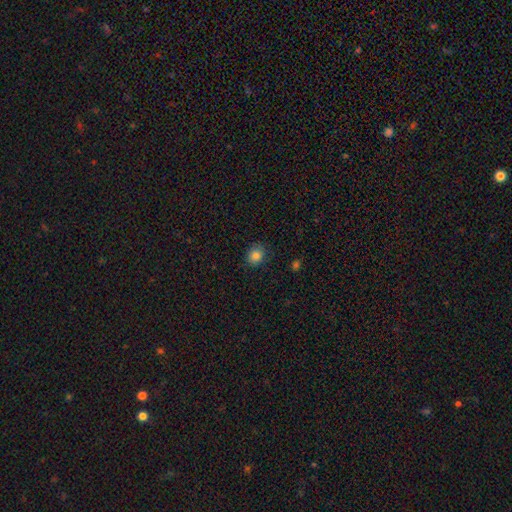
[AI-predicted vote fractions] The model was most divided on "how rounded": round: 74%, in between: 25%, cigar-shaped: 1%. More confident: merging — none (84%); smooth or featured — smooth (83%).